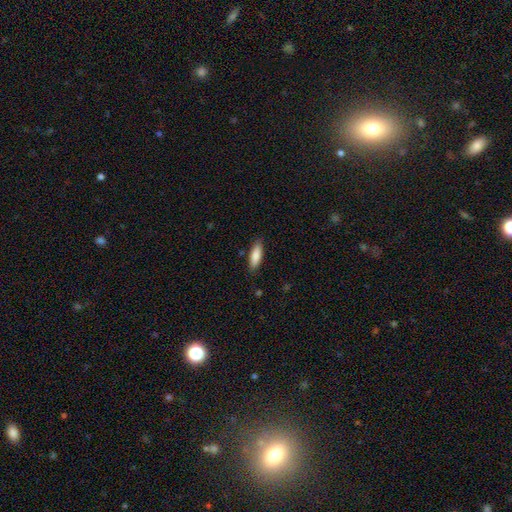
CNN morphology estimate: smooth 85%, featured or disk 9%, star or artifact 6%. Down the decision tree: how rounded — in between (55%); merging — none (86%).